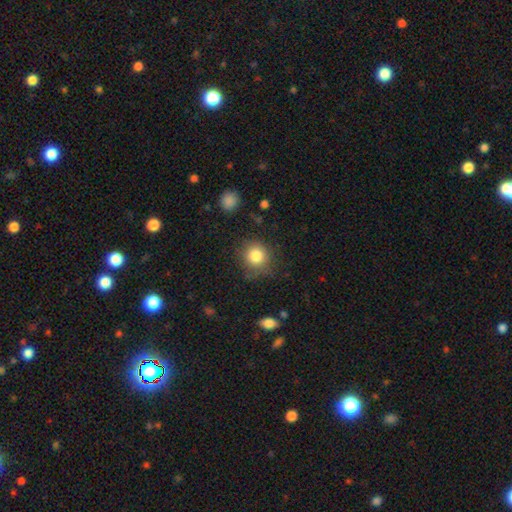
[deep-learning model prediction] smooth-or-featured: smooth: 83% | star or artifact: 10% | featured or disk: 7%
  how-rounded: round: 87% | in between: 12% | cigar-shaped: 1%
  merging: none: 76% | minor disturbance: 16% | major disturbance: 6% | merger: 2%